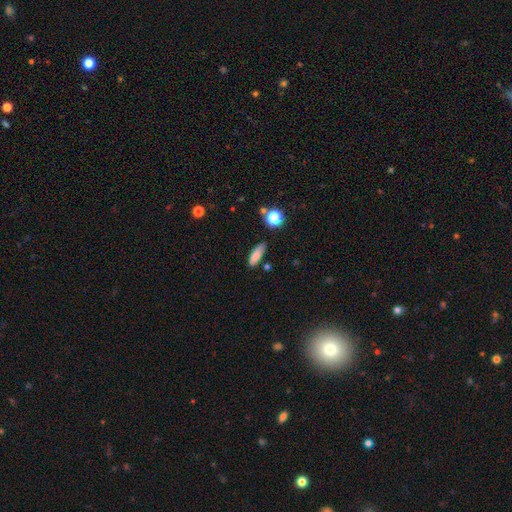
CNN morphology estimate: type=smooth (81%); roundness=in between (59%); merging=none (73%).